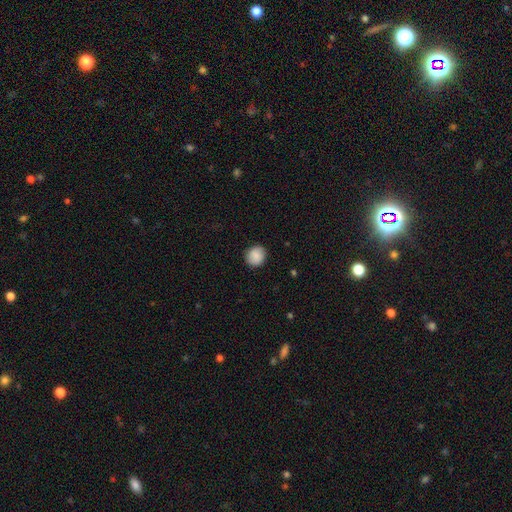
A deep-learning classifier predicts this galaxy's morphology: smooth-or-featured: smooth: 87% | star or artifact: 8% | featured or disk: 6%
  how-rounded: round: 86% | in between: 13% | cigar-shaped: 1%
  merging: none: 89% | minor disturbance: 8% | major disturbance: 2% | merger: 1%